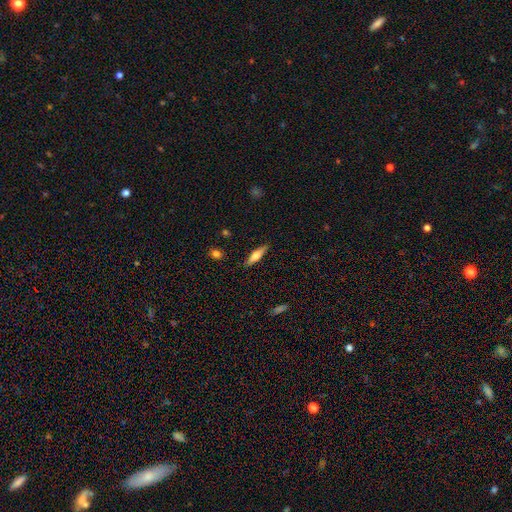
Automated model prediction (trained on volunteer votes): This is possibly a smooth galaxy (59%). How rounded: likely cigar-shaped (73%). Merging: clearly none (87%).